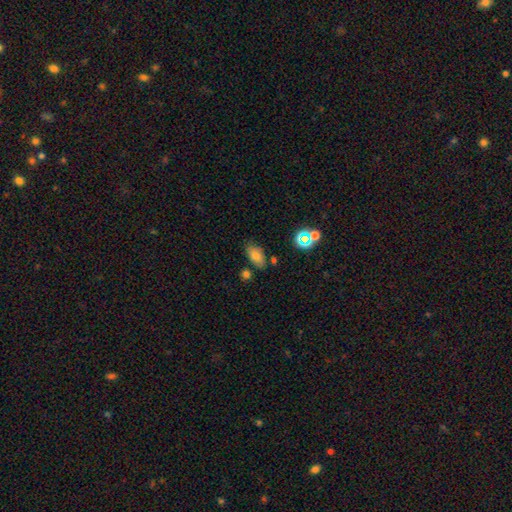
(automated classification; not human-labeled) The model was most divided on "merging": none: 70%, minor disturbance: 17%, merger: 8%, major disturbance: 4%. More confident: how rounded — in between (89%); smooth or featured — smooth (71%).